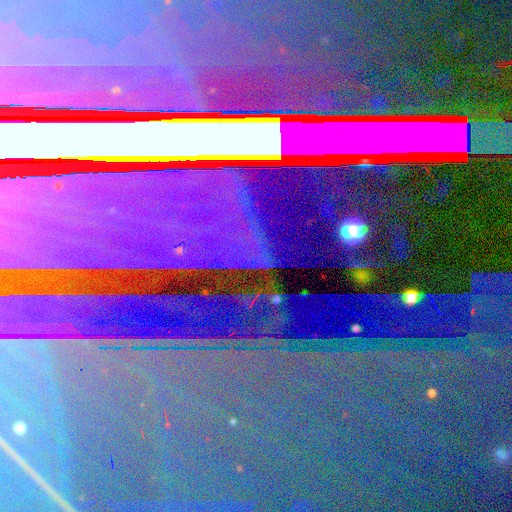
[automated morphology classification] smooth_or_featured: star or artifact (p=0.76) [alt: featured or disk p=0.14]